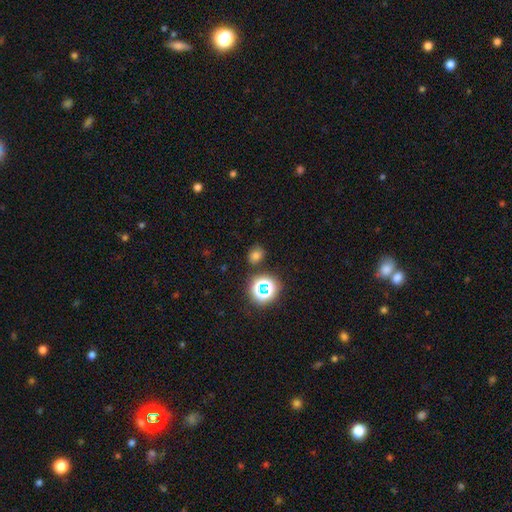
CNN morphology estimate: Q: Smooth or featured?
A: smooth (68%); runner-up: star or artifact (25%)
Q: How rounded?
A: round (55%); runner-up: in between (44%)
Q: Merging?
A: none (79%); runner-up: minor disturbance (12%)